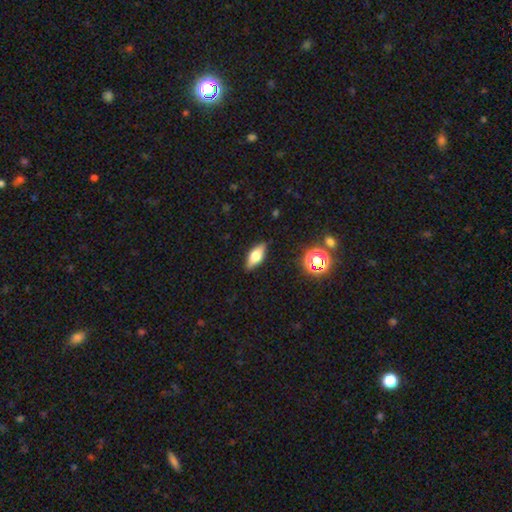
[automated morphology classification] The model was most divided on "smooth or featured": smooth: 53%, featured or disk: 37%, star or artifact: 10%. More confident: merging — none (87%); how rounded — in between (73%).